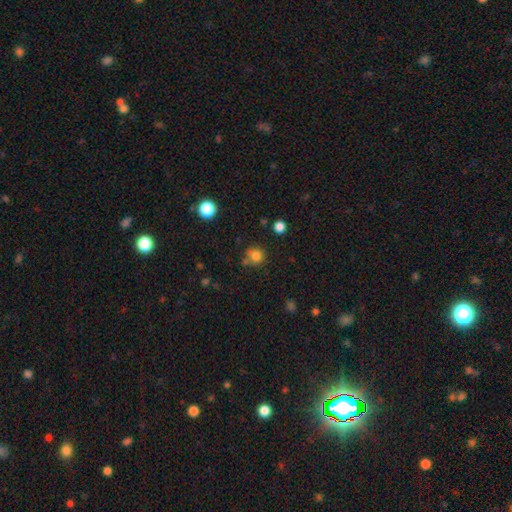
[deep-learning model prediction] Smooth or featured: smooth — 80% (star or artifact — 13%)
How rounded: round — 89% (in between — 10%)
Merging: none — 70% (minor disturbance — 14%)